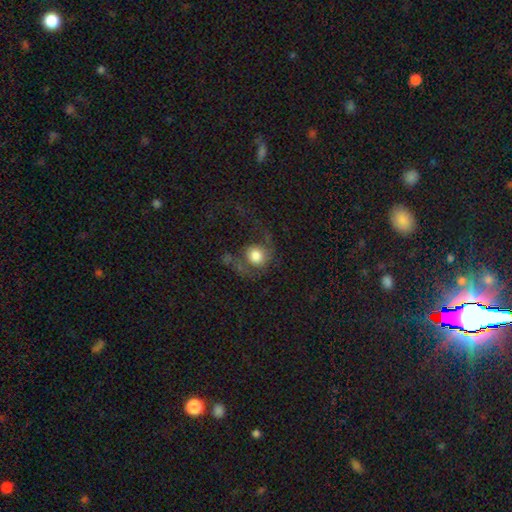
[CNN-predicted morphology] Smooth or featured?
  - smooth: 59% *
  - featured or disk: 31%
  - star or artifact: 10%
How rounded?
  - round: 82% *
  - in between: 17%
  - cigar-shaped: 1%
Merging?
  - major disturbance: 44% *
  - none: 35%
  - minor disturbance: 17%
  - merger: 5%